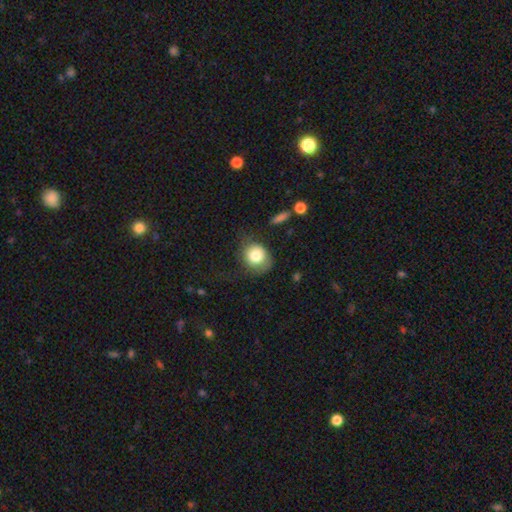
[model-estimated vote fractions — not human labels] Overall: smooth (78%). How rounded: round (75%). Merging: none (56%; minor disturbance 26%).